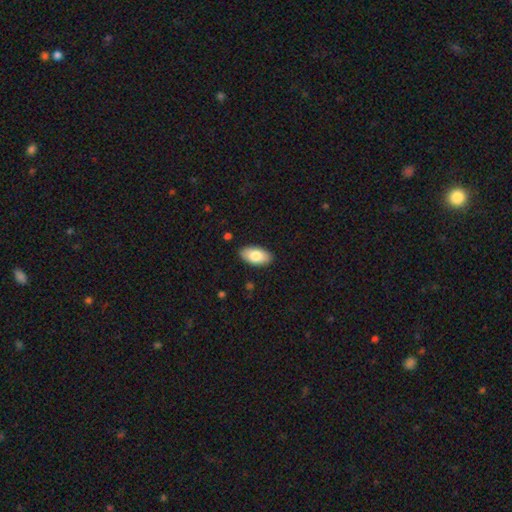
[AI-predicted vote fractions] This is clearly a smooth galaxy (81%). How rounded: clearly in between (95%). Merging: clearly none (88%).